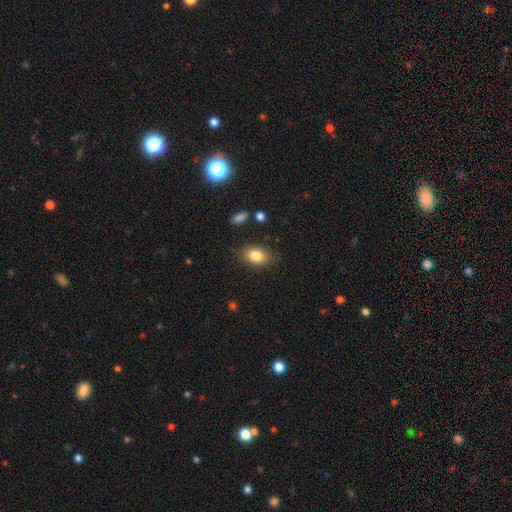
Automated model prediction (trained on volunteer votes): This is clearly a smooth galaxy (83%). How rounded: clearly in between (84%). Merging: clearly none (83%).